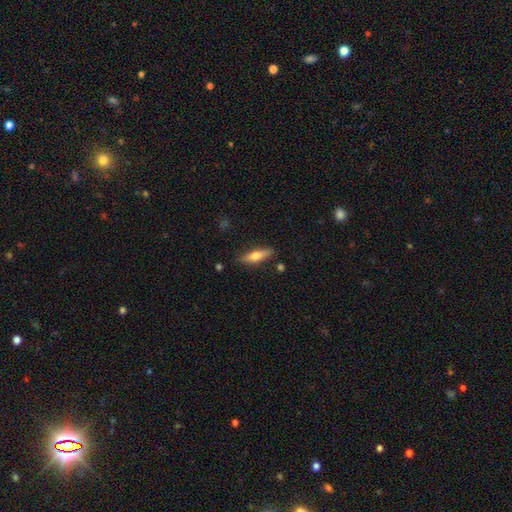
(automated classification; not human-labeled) The model was most divided on "smooth or featured": smooth: 56%, featured or disk: 38%, star or artifact: 6%. More confident: merging — none (83%); how rounded — cigar-shaped (63%).